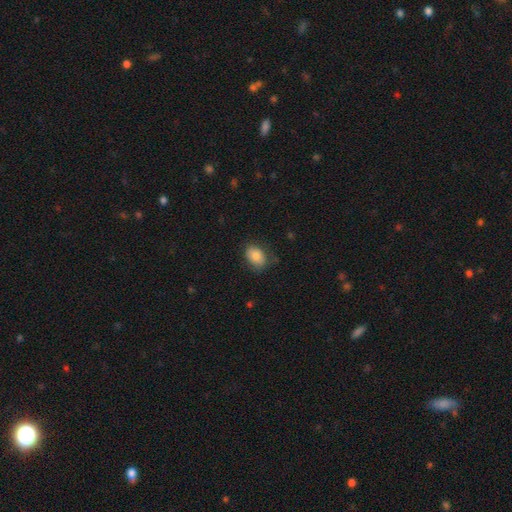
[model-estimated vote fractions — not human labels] The model was most divided on "merging": none: 73%, minor disturbance: 20%, major disturbance: 5%, merger: 1%. More confident: smooth or featured — smooth (82%); how rounded — in between (77%).